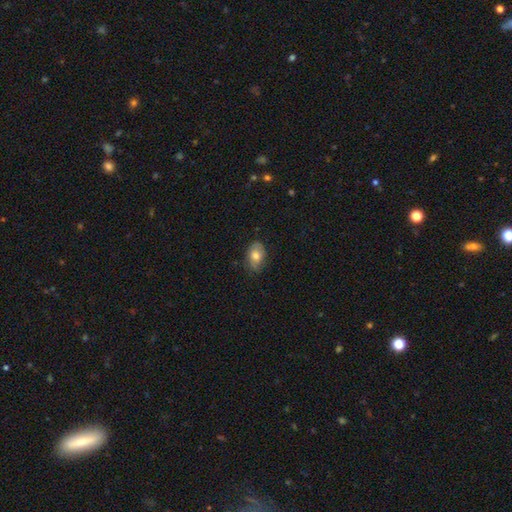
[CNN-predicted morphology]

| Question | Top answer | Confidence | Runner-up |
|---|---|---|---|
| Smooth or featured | smooth | 74% | featured or disk (19%) |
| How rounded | in between | 84% | round (15%) |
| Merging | none | 74% | minor disturbance (21%) |